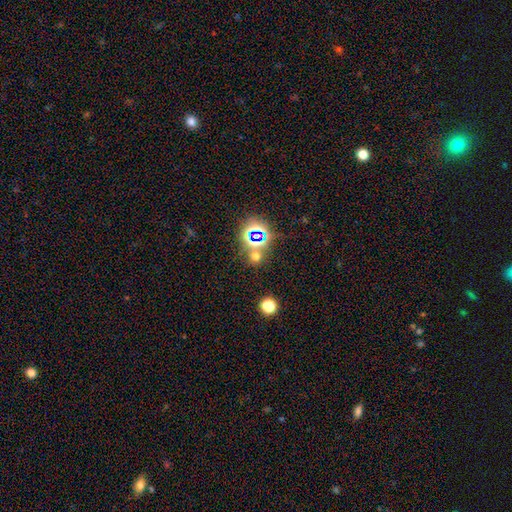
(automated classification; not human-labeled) The model was most divided on "smooth or featured" (2-way tie): smooth: 46%, star or artifact: 46%, featured or disk: 8%. More confident: merging — none (70%).